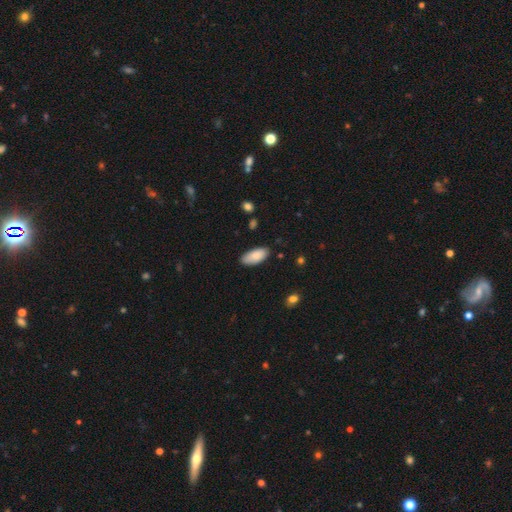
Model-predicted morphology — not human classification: smooth_or_featured: smooth (p=0.86) [alt: featured or disk p=0.08]
how_rounded: in between (p=0.91) [alt: cigar-shaped p=0.08]
merging: none (p=0.85) [alt: minor disturbance p=0.12]